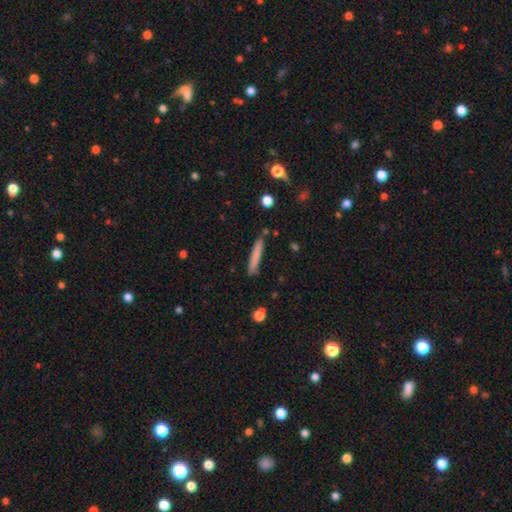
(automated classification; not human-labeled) Q: Smooth or featured?
A: smooth (75%); runner-up: featured or disk (18%)
Q: How rounded?
A: cigar-shaped (94%); runner-up: in between (4%)
Q: Merging?
A: none (84%); runner-up: minor disturbance (11%)